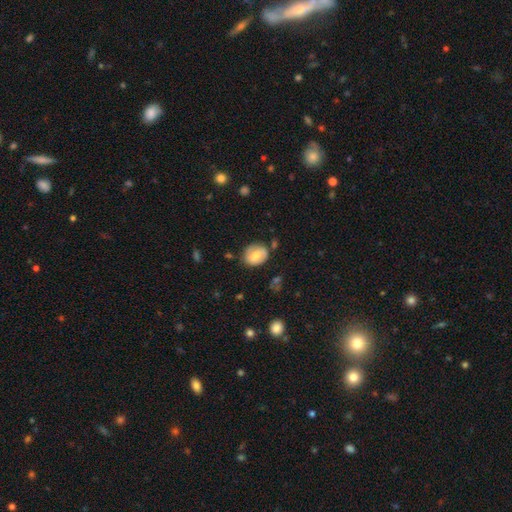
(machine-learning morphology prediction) This is possibly a smooth galaxy (54%). How rounded: possibly round (50%). Merging: likely none (71%).